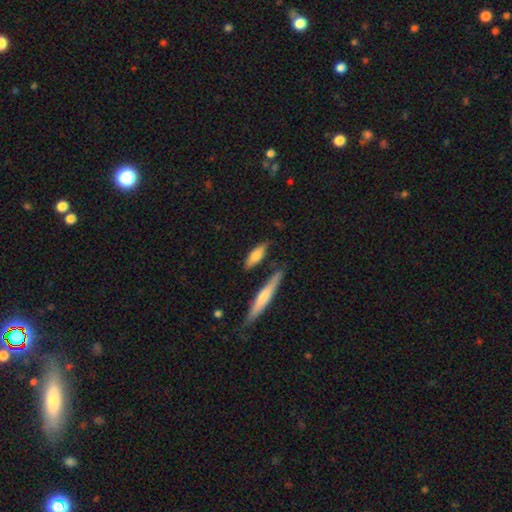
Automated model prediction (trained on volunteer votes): Smooth or featured? Predicted: smooth (p=0.73). How rounded? Predicted: in between (p=0.53). Merging? Predicted: none (p=0.74).